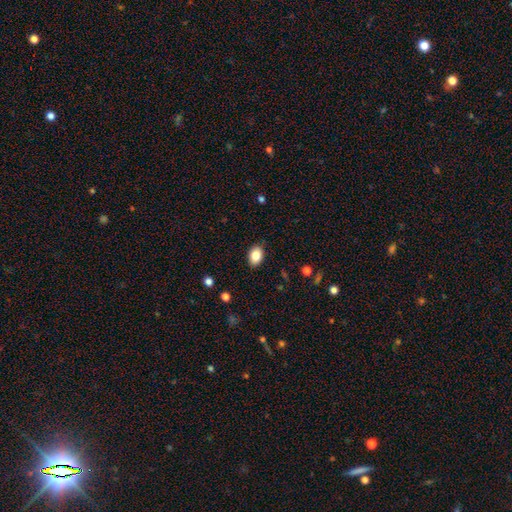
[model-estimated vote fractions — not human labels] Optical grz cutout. It shows a smooth galaxy with no disk features (85%) that is in between round and cigar-shaped (83%). Merging: none (88%).